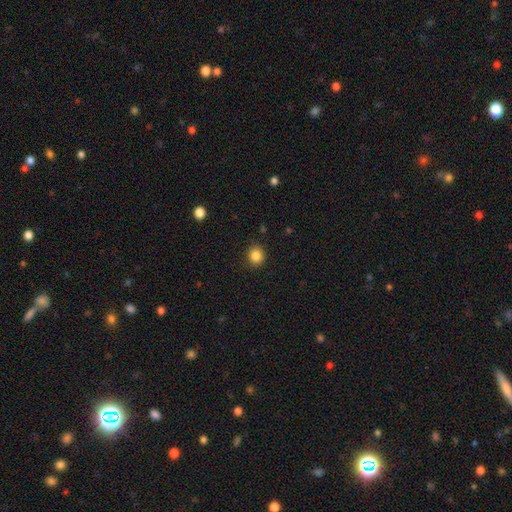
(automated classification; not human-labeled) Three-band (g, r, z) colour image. It shows a smooth galaxy with no disk features (85%) that is round (78%). Merging: none (88%).